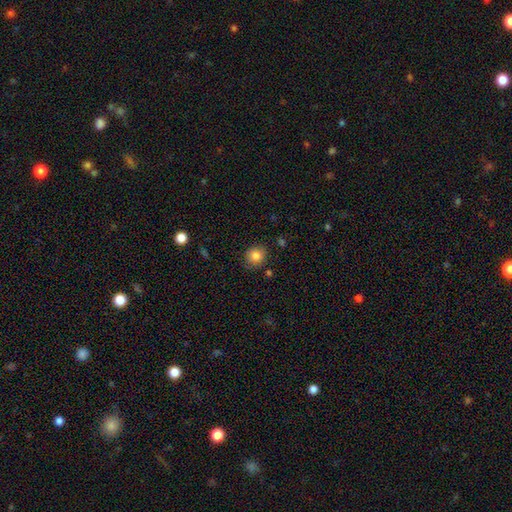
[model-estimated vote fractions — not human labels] Morphology: type=smooth (83%); roundness=round (82%); merging=none (84%).